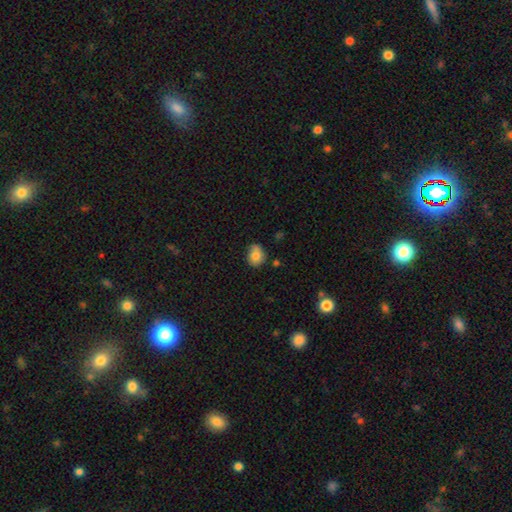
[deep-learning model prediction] This is likely a smooth galaxy (76%). How rounded: possibly round (57%). Merging: likely none (65%).